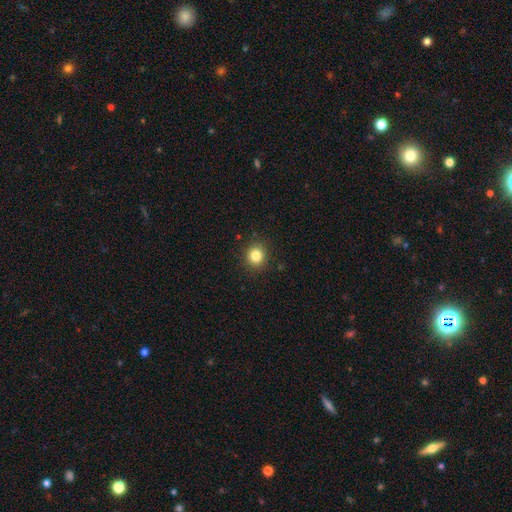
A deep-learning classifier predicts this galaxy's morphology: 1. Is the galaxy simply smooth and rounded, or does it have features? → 83% smooth, 12% star or artifact, 5% featured or disk.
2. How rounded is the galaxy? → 87% round, 12% in between, 1% cigar-shaped.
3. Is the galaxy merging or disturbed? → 90% none, 7% minor disturbance, 2% major disturbance, 1% merger.